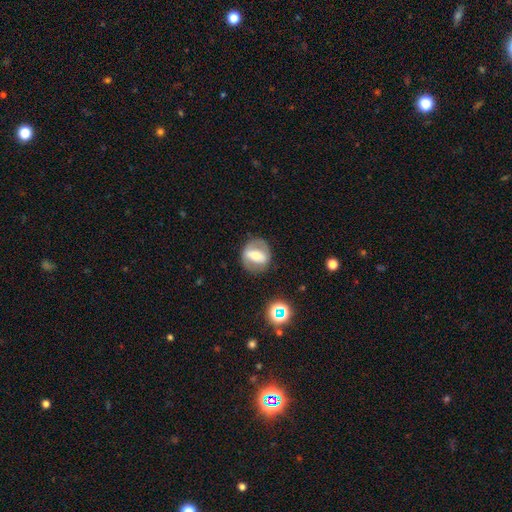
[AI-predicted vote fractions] This appears to be a featured or disk galaxy (55%). Merging: none (79%).